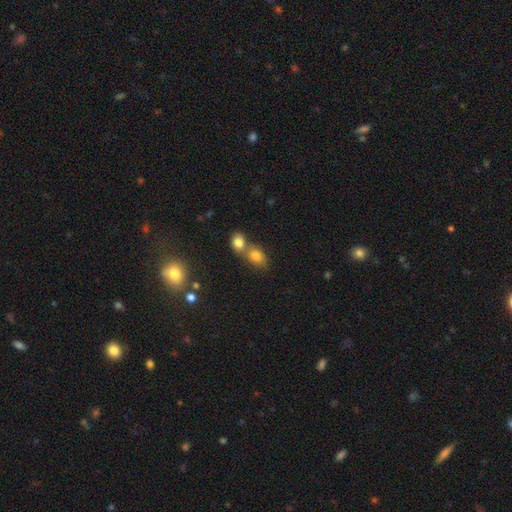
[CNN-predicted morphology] A smooth galaxy with no disk features (79%) that is in between round and cigar-shaped (72%).

Vote fractions:
- Smooth or featured? smooth: 79% / star or artifact: 11% / featured or disk: 9%
- How rounded? in between: 72% / round: 26% / cigar-shaped: 2%
- Merging? merger: 54% / none: 34% / minor disturbance: 8% / major disturbance: 4%